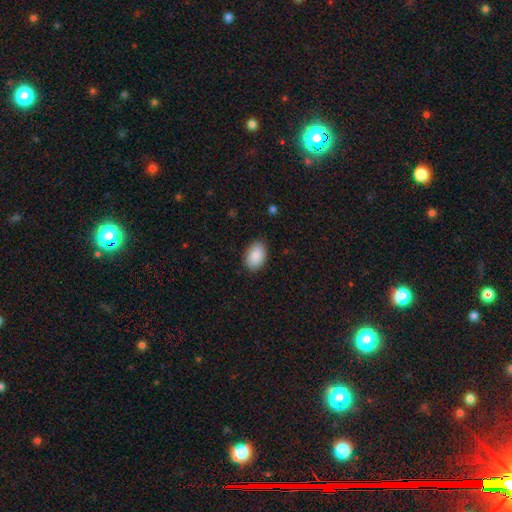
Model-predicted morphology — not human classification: Overall: smooth (89%). How rounded: in between (90%). Merging: none (87%).